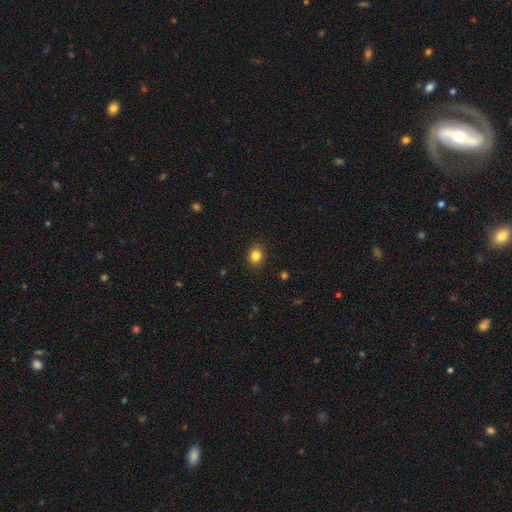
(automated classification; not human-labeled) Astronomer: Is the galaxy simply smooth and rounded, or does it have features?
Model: smooth — 84%.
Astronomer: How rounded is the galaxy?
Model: round — 55% (runner-up: in between, 45%).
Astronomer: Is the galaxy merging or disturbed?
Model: none — 90%.